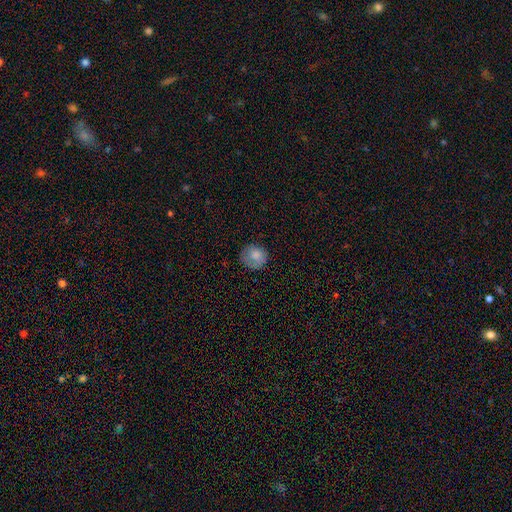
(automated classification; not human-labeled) Morphology: type=smooth (80%); roundness=round (82%); merging=none (70%).